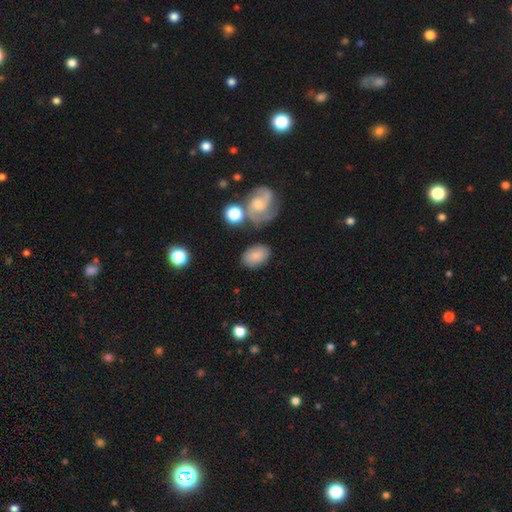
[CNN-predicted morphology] smooth-or-featured: smooth: 77% | featured or disk: 15% | star or artifact: 8%
  how-rounded: in between: 84% | round: 14% | cigar-shaped: 1%
  merging: none: 77% | minor disturbance: 13% | merger: 6% | major disturbance: 4%